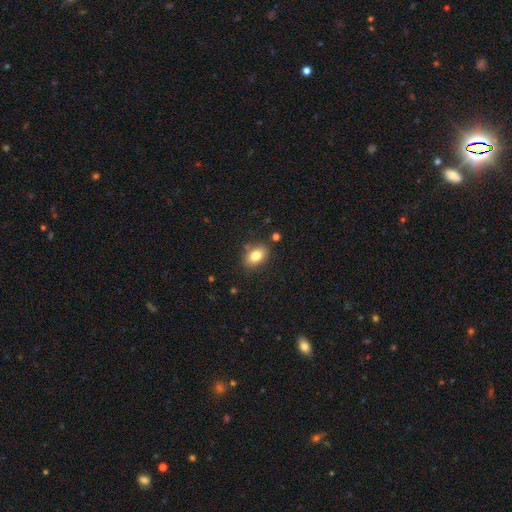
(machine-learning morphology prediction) Overall: smooth (80%). How rounded: in between (83%). Merging: none (80%).